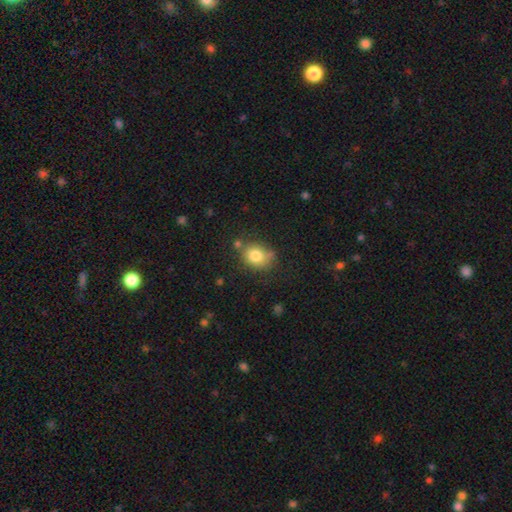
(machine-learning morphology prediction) Overall: smooth (80%). How rounded: round (55%; in between 44%). Merging: none (67%).